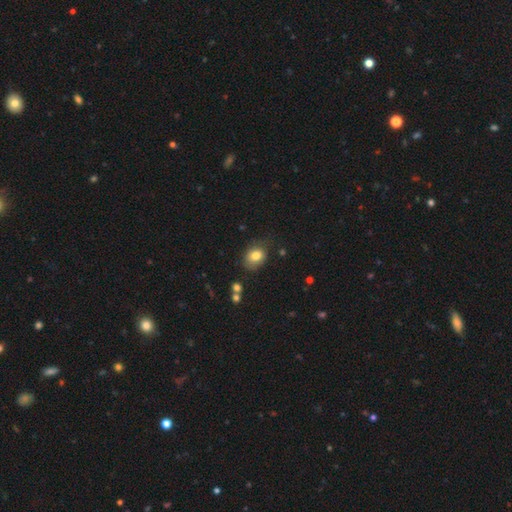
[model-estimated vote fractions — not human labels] Smooth or featured? smooth (80%)
How rounded? in between (59%)
Merging? none (64%)